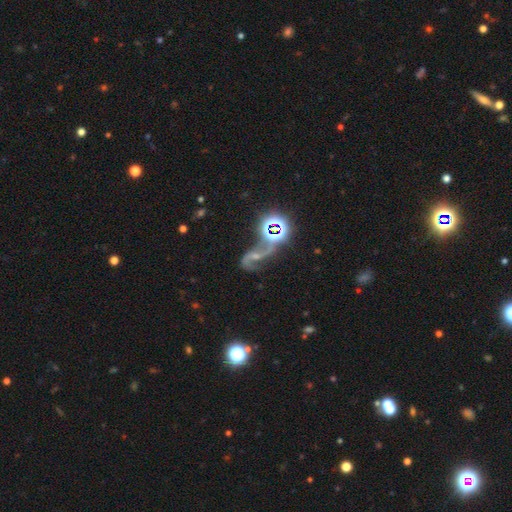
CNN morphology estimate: This is likely a featured or disk galaxy (68%). It is clearly not viewed edge-on (96%). Bar: marginally no (45%). Spiral arm pattern: clearly yes (91%). Spiral arm count: clearly 2 (85%). Spiral winding: clearly loose (82%). Central bulge: possibly small (51%). Merging: possibly none (46%).